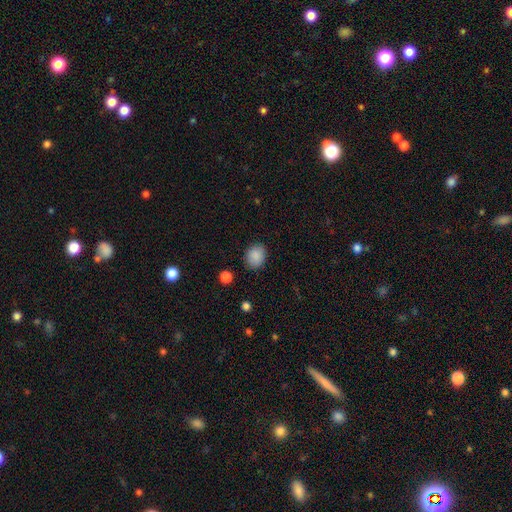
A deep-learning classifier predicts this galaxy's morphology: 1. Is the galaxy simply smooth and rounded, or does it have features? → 88% smooth, 8% star or artifact, 4% featured or disk.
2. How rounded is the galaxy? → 51% round, 48% in between, 1% cigar-shaped.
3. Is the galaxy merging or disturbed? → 85% none, 11% minor disturbance, 3% major disturbance, 1% merger.